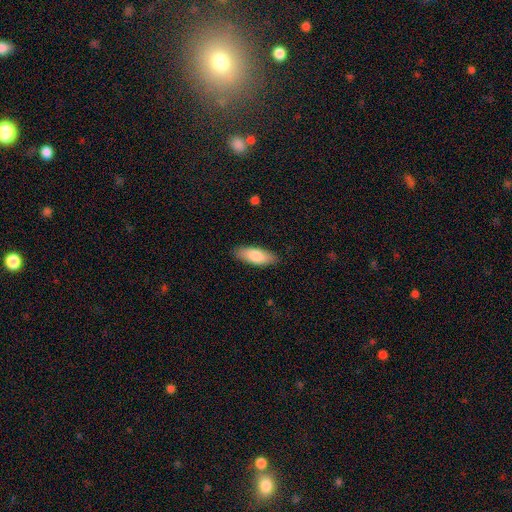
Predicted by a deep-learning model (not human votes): Smooth or featured?
  - smooth: 83% *
  - featured or disk: 12%
  - star or artifact: 5%
How rounded?
  - in between: 75% *
  - cigar-shaped: 23%
  - round: 2%
Merging?
  - none: 87% *
  - minor disturbance: 10%
  - major disturbance: 2%
  - merger: 1%